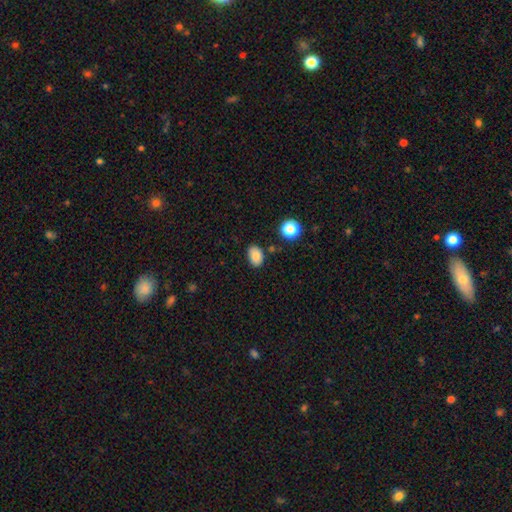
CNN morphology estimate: Smooth or featured? smooth (84%)
How rounded? in between (81%)
Merging? none (81%)